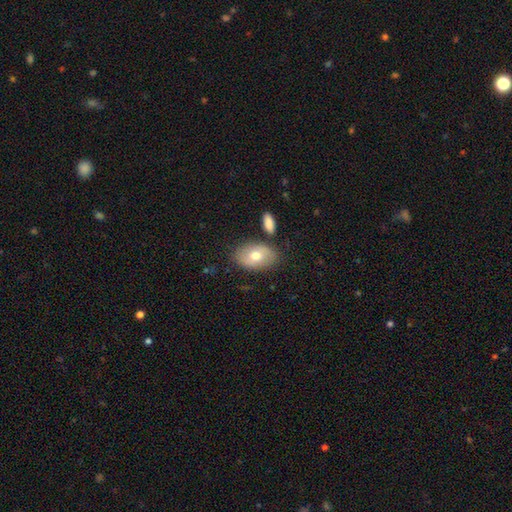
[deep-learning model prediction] This appears to be a smooth galaxy with no disk features (67%) that is in between round and cigar-shaped (87%). Merging: none (77%).